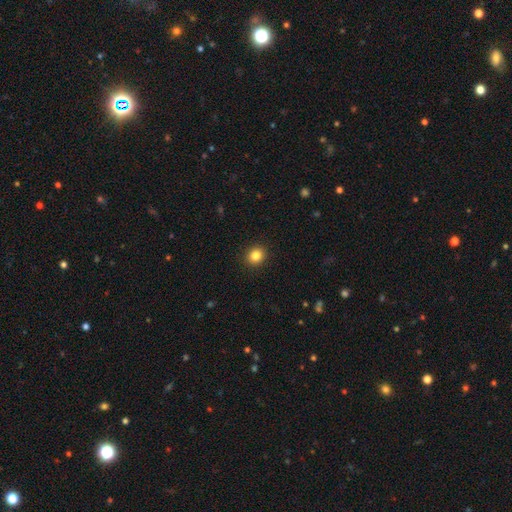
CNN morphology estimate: Q: Smooth or featured?
A: smooth (84%); runner-up: star or artifact (11%)
Q: How rounded?
A: round (83%); runner-up: in between (16%)
Q: Merging?
A: none (92%); runner-up: minor disturbance (5%)